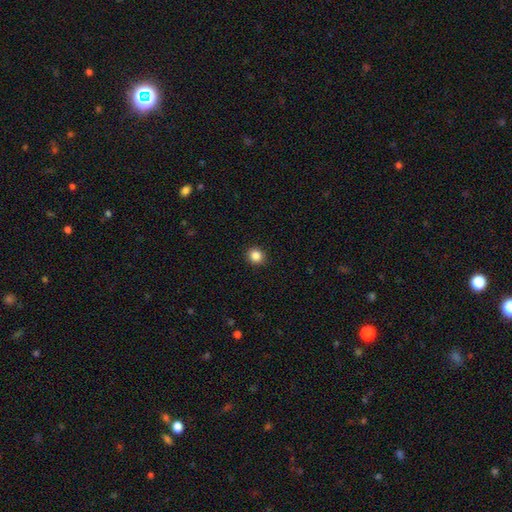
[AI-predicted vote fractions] smooth_or_featured: smooth (p=0.86) [alt: star or artifact p=0.10]
how_rounded: round (p=0.90) [alt: in between p=0.09]
merging: none (p=0.93) [alt: minor disturbance p=0.05]